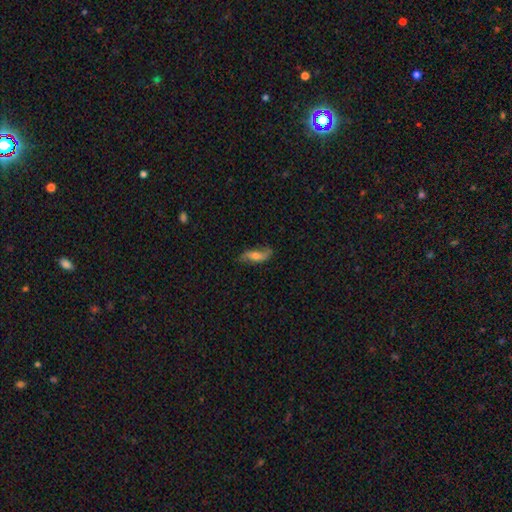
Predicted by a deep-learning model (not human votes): Morphology: type=featured or disk (57%); edge-on=no (83%); merging=none (72%).